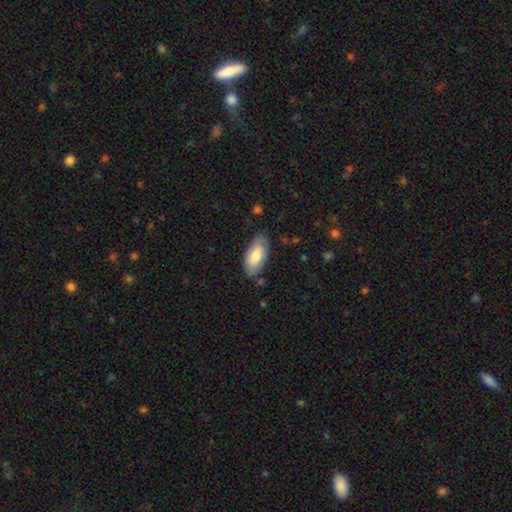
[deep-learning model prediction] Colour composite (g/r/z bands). It shows a smooth galaxy with no disk features (75%) that is in between round and cigar-shaped (90%). Merging: none (77%).